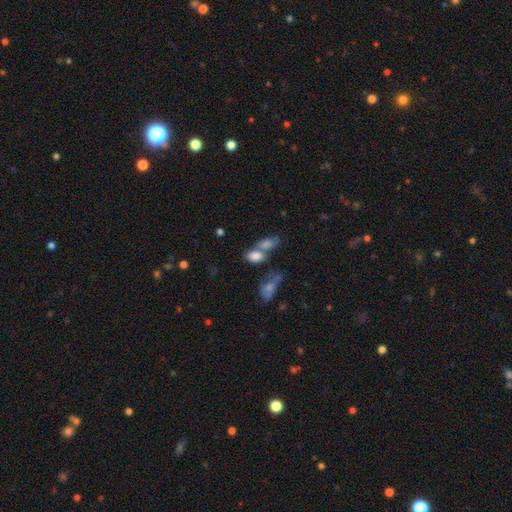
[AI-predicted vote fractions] A smooth galaxy with no disk features (79%) that is in between round and cigar-shaped (86%).

Vote fractions:
- Smooth or featured? smooth: 79% / featured or disk: 10% / star or artifact: 10%
- How rounded? in between: 86% / round: 11% / cigar-shaped: 3%
- Merging? merger: 45% / none: 36% / minor disturbance: 13% / major disturbance: 6%